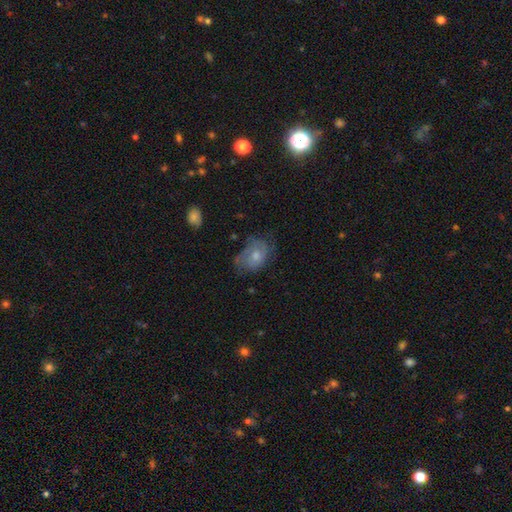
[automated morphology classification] smooth_or_featured: smooth (p=0.56) [alt: featured or disk p=0.36]
how_rounded: in between (p=0.72) [alt: round p=0.27]
merging: none (p=0.45) [alt: minor disturbance p=0.32]